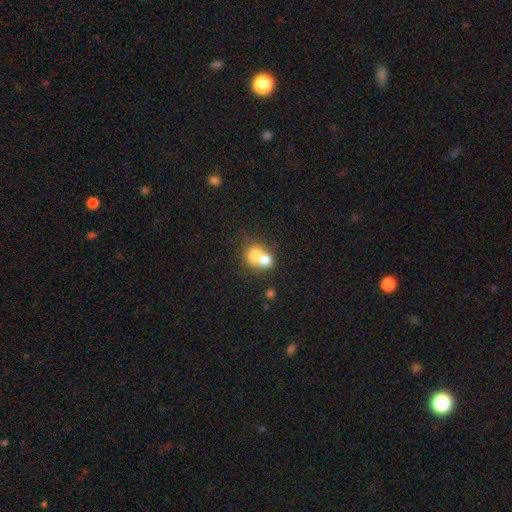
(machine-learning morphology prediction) smooth 72%, featured or disk 18%, star or artifact 10%. Down the decision tree: how rounded — round (72%); merging — merger (68%).